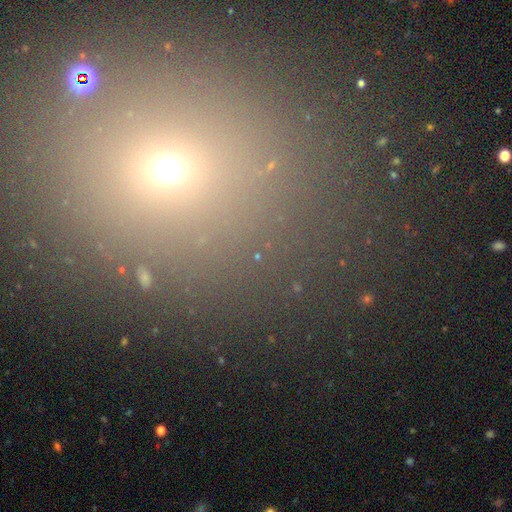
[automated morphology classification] Overall: star or artifact (45%, tied with smooth).